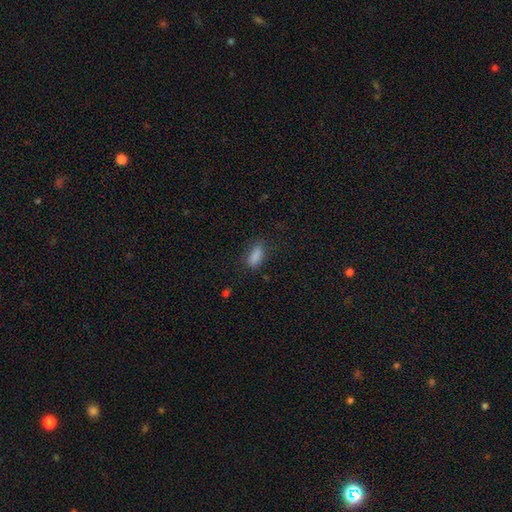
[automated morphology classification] A smooth galaxy with no disk features (84%) that is in between round and cigar-shaped (77%).

Vote fractions:
- Smooth or featured? smooth: 84% / star or artifact: 9% / featured or disk: 6%
- How rounded? in between: 77% / cigar-shaped: 19% / round: 4%
- Merging? none: 70% / minor disturbance: 21% / major disturbance: 8% / merger: 2%